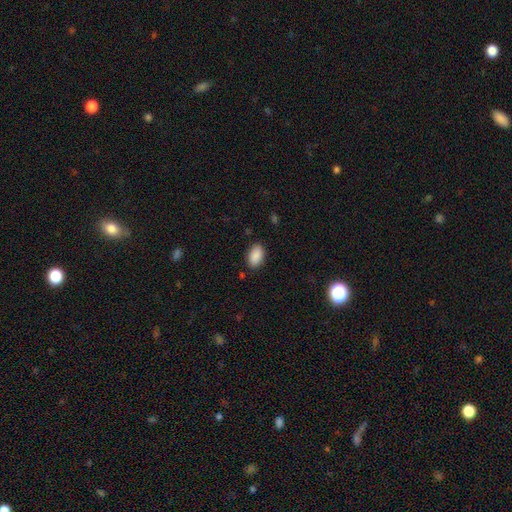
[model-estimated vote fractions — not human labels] Smooth or featured: smooth — 90% (star or artifact — 7%)
How rounded: in between — 94% (round — 4%)
Merging: none — 85% (minor disturbance — 11%)